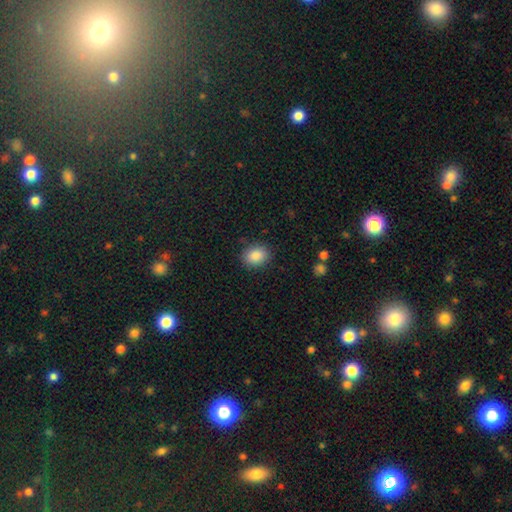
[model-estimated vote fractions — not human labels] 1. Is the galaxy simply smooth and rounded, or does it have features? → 88% smooth, 8% star or artifact, 4% featured or disk.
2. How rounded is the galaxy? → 57% in between, 42% round, 1% cigar-shaped.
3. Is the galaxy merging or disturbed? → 87% none, 9% minor disturbance, 3% major disturbance, 1% merger.